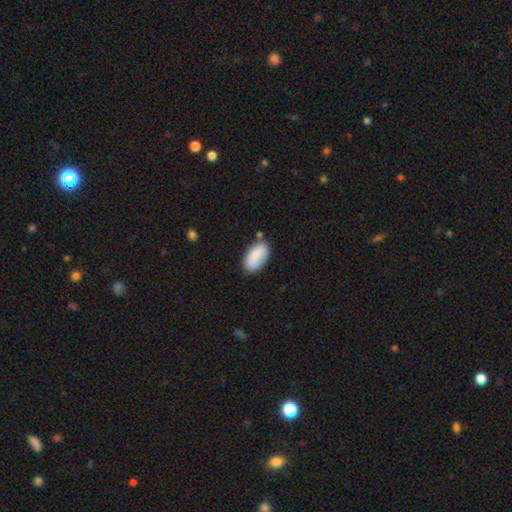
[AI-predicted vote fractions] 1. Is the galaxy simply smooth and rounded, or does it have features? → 82% smooth, 12% featured or disk, 7% star or artifact.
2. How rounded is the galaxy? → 95% in between, 4% round, 2% cigar-shaped.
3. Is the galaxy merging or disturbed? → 74% none, 18% minor disturbance, 5% merger, 4% major disturbance.